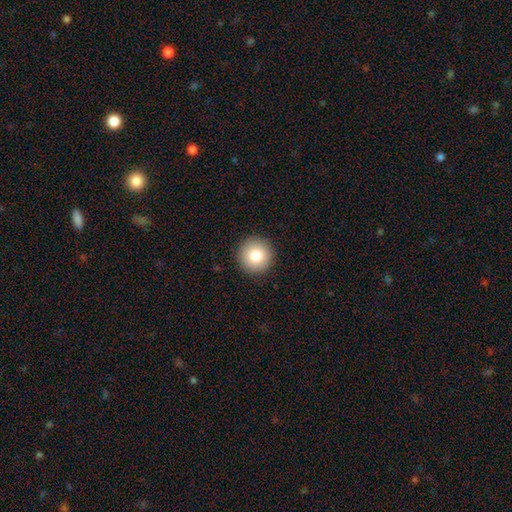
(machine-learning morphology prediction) type=smooth (81%); roundness=round (95%); merging=none (92%).